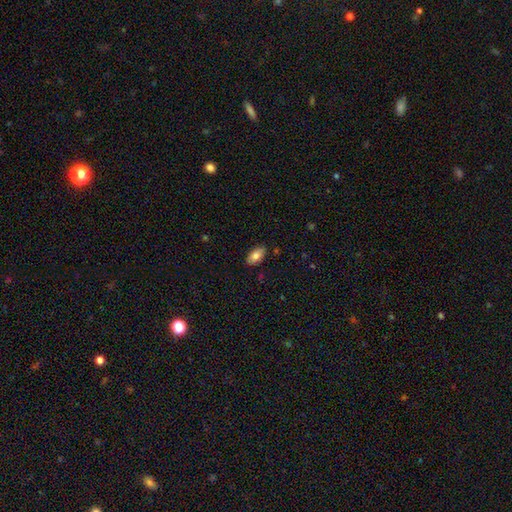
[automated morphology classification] A smooth galaxy with no disk features (80%) that is in between round and cigar-shaped (93%).

Vote fractions:
- Smooth or featured? smooth: 80% / featured or disk: 14% / star or artifact: 7%
- How rounded? in between: 93% / cigar-shaped: 4% / round: 3%
- Merging? none: 86% / minor disturbance: 11% / major disturbance: 2% / merger: 1%